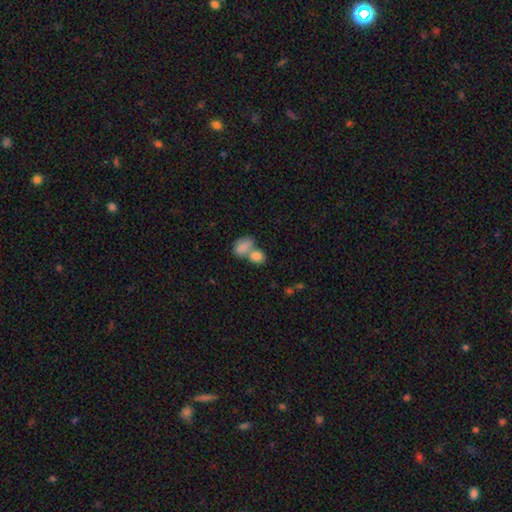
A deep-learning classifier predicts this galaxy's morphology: The model was most divided on "merging": merger: 62%, none: 26%, minor disturbance: 8%, major disturbance: 4%. More confident: smooth or featured — smooth (84%); how rounded — in between (70%).